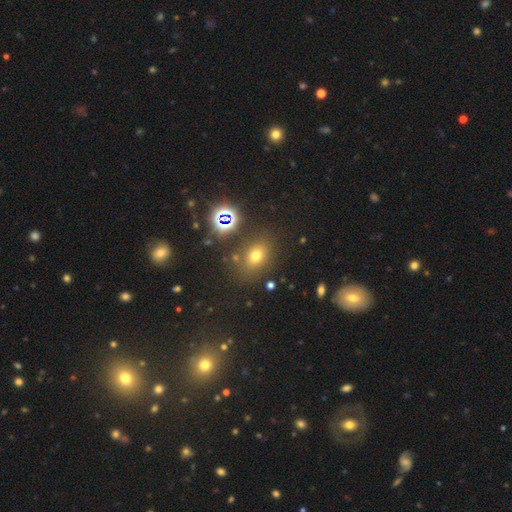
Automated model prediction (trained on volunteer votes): The model was most divided on "how rounded": in between: 57%, round: 41%, cigar-shaped: 2%. More confident: merging — none (78%); smooth or featured — smooth (64%).